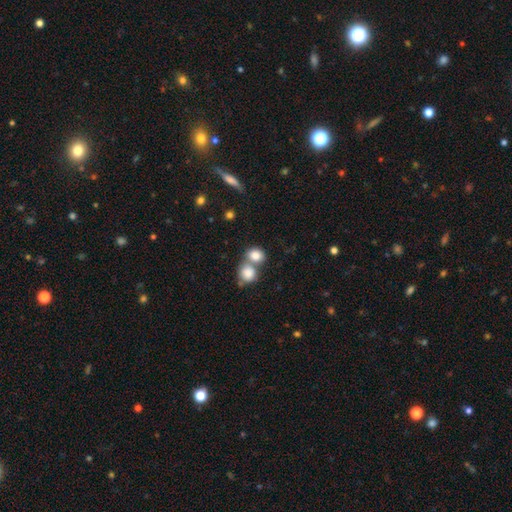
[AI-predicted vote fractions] This is clearly a smooth galaxy (83%). How rounded: likely round (66%). Merging: possibly merger (50%).